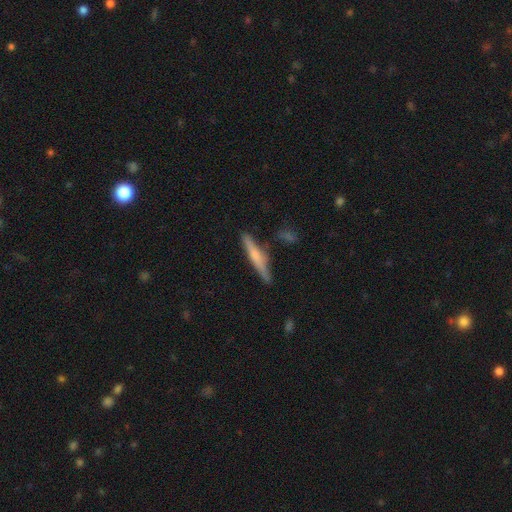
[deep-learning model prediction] This appears to be a smooth galaxy with no disk features (49%). Merging: none (76%).